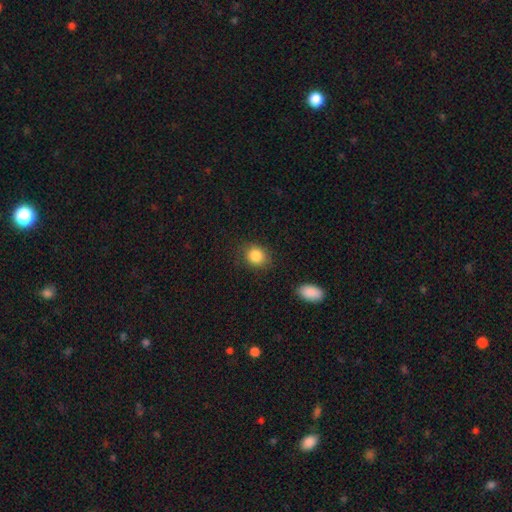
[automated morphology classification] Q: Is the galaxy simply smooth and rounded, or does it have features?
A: smooth — 85%.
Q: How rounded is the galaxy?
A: round — 60%.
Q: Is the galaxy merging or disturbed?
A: none — 80%.